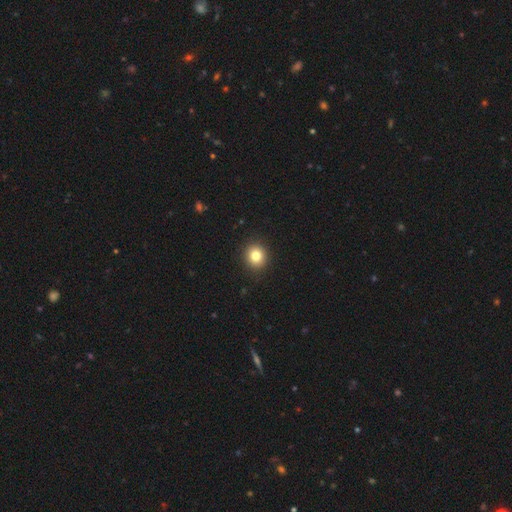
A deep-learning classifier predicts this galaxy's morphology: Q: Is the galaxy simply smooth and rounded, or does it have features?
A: smooth — 82%.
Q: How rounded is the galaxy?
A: round — 87%.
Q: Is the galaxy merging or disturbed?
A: none — 92%.